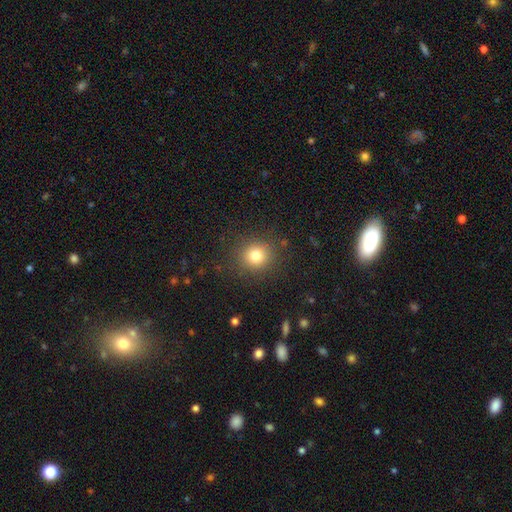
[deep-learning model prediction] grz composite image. It shows a smooth galaxy with no disk features (78%) that is round (90%). Merging: none (88%).